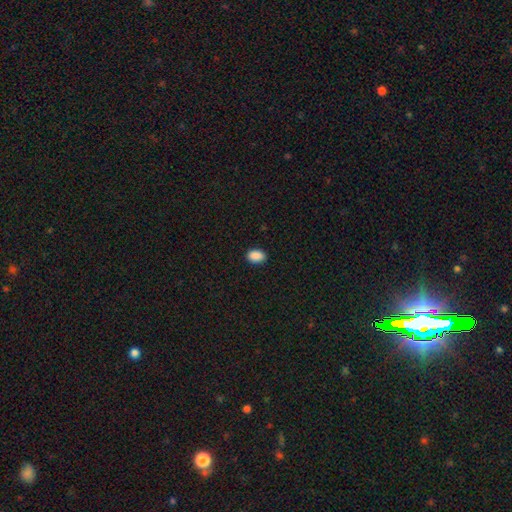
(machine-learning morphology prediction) Smooth or featured: smooth — 90% (star or artifact — 8%)
How rounded: in between — 84% (round — 15%)
Merging: none — 88% (minor disturbance — 9%)